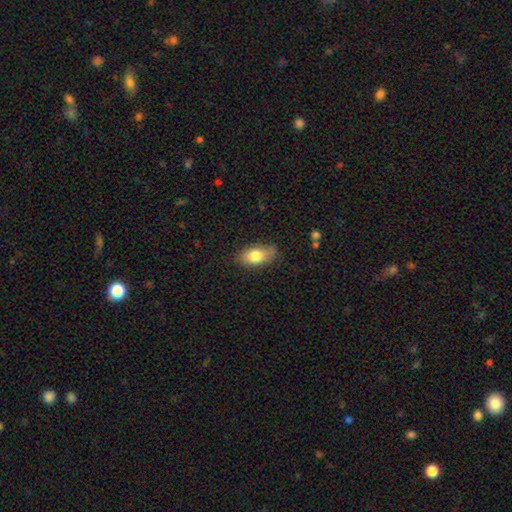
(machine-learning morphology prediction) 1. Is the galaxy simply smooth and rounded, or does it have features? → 79% smooth, 14% featured or disk, 7% star or artifact.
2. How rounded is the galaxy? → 89% in between, 6% round, 5% cigar-shaped.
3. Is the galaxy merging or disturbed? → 74% none, 20% minor disturbance, 4% major disturbance, 2% merger.